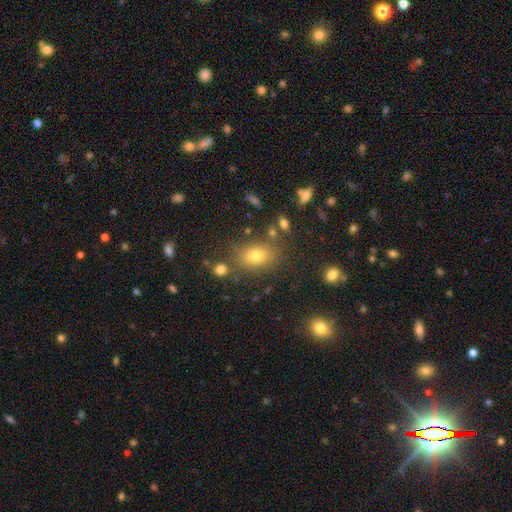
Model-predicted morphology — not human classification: Smooth or featured: smooth — 76% (star or artifact — 14%)
How rounded: in between — 76% (round — 22%)
Merging: none — 76% (minor disturbance — 12%)